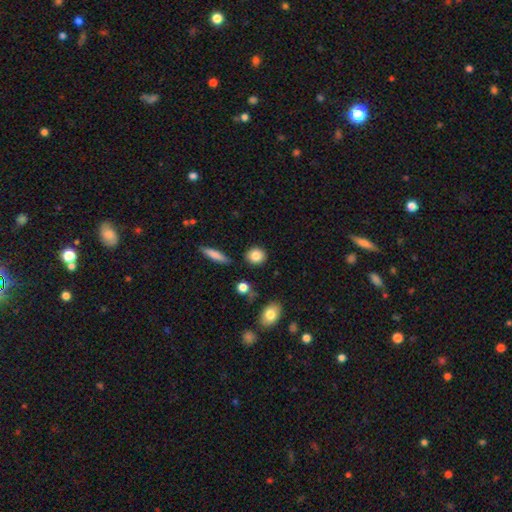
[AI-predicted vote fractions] smooth_or_featured: smooth (p=0.84) [alt: star or artifact p=0.08]
how_rounded: round (p=0.72) [alt: in between p=0.25]
merging: none (p=0.86) [alt: minor disturbance p=0.08]